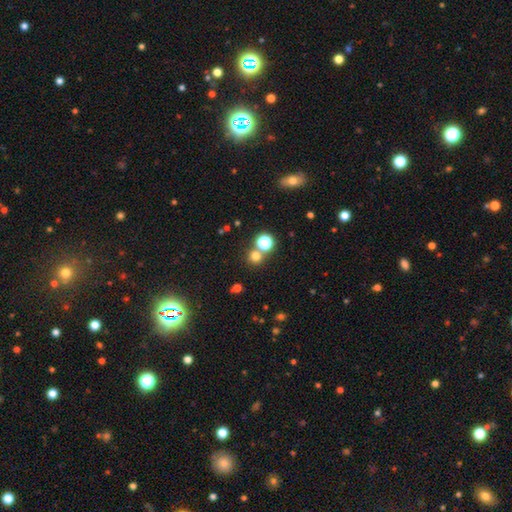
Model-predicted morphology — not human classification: smooth_or_featured: smooth (p=0.69) [alt: star or artifact p=0.24]
how_rounded: round (p=0.91) [alt: in between p=0.08]
merging: none (p=0.72) [alt: merger p=0.19]